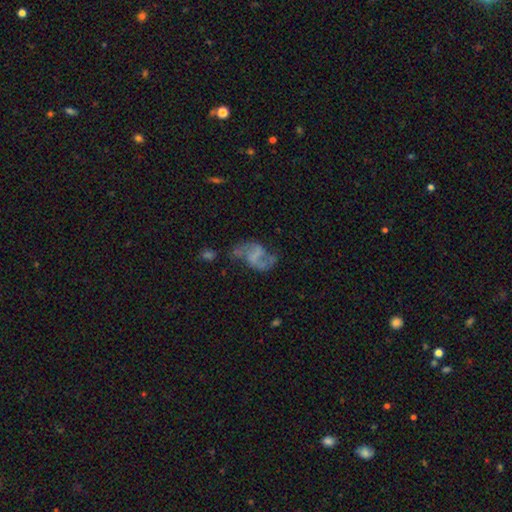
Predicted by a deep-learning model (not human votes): Smooth or featured: featured or disk — 71% (smooth — 18%)
Edge-on disk: no — 98% (yes — 2%)
Bar: no — 40% (weak — 38%)
Spiral arms: yes — 79% (no — 21%)
Spiral winding: loose — 65% (medium — 28%)
Spiral arm count: 2 — 87% (can't tell — 6%)
Bulge size: none — 72% (small — 14%)
Merging: none — 44% (major disturbance — 26%)